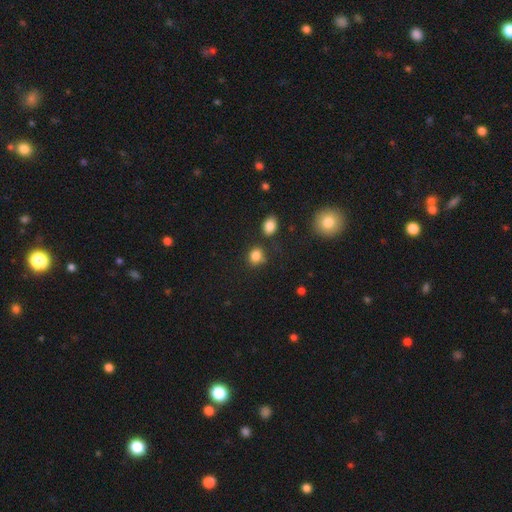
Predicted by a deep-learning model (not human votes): Smooth or featured: smooth — 83% (star or artifact — 12%)
How rounded: round — 56% (in between — 42%)
Merging: none — 68% (minor disturbance — 16%)